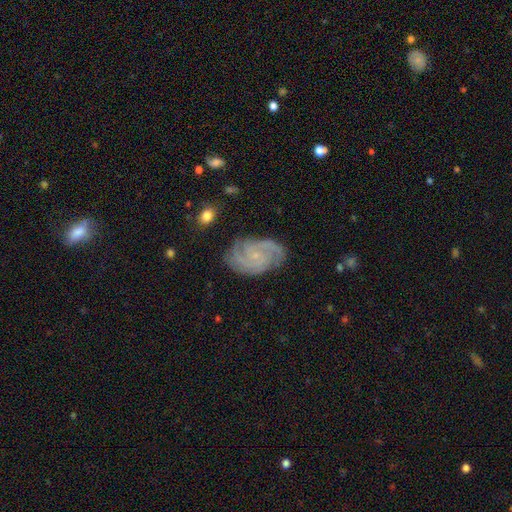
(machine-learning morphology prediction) A featured or disk galaxy (87%) with no bar (68%), 2 (38%) tight (55%) spiral arms (98%) and a small central bulge (80%).

Vote fractions:
- Smooth or featured? featured or disk: 87% / smooth: 8% / star or artifact: 6%
- Edge-on disk? no: 98% / yes: 2%
- Bar? no: 68% / weak: 27% / strong: 5%
- Spiral arms? yes: 98% / no: 2%
- Spiral winding? tight: 55% / medium: 37% / loose: 7%
- Spiral arm count? 2: 38% / 3: 30% / can't tell: 14% / 4: 8% / 1: 6% / more than 4: 6%
- Bulge size? small: 80% / moderate: 10% / none: 8% / large: 1% / dominant: 1%
- Merging? none: 81% / minor disturbance: 14% / major disturbance: 4% / merger: 1%